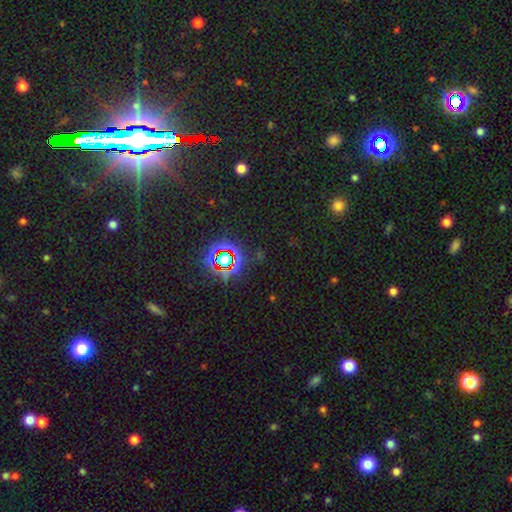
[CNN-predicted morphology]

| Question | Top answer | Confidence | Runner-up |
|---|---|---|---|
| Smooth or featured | star or artifact | 80% | smooth (13%) |